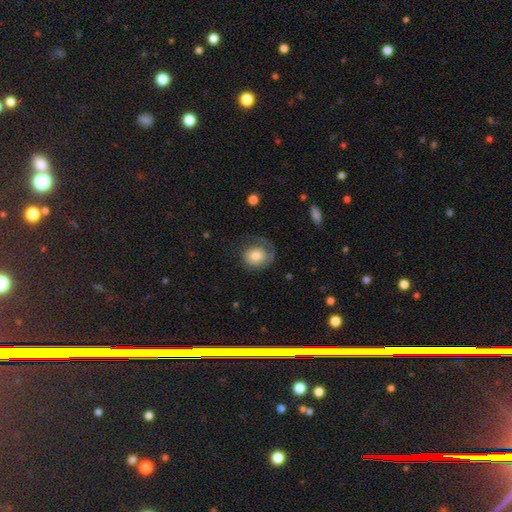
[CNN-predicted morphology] Smooth or featured? Predicted: smooth (p=0.55). How rounded? Predicted: round (p=0.70). Merging? Predicted: none (p=0.48).